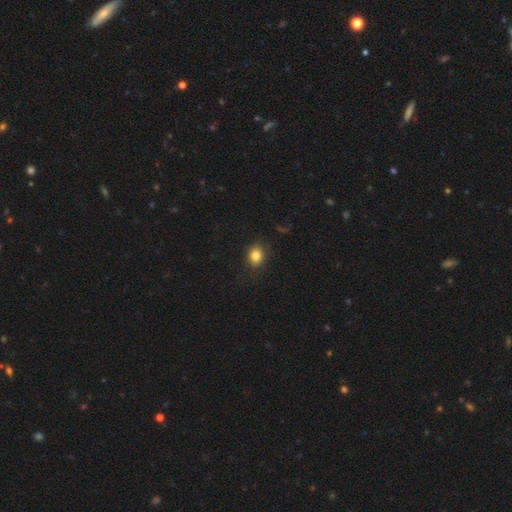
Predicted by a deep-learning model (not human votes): smooth-or-featured: smooth: 84% | star or artifact: 10% | featured or disk: 6%
  how-rounded: in between: 50% | round: 49% | cigar-shaped: 1%
  merging: none: 83% | minor disturbance: 13% | major disturbance: 4% | merger: 1%